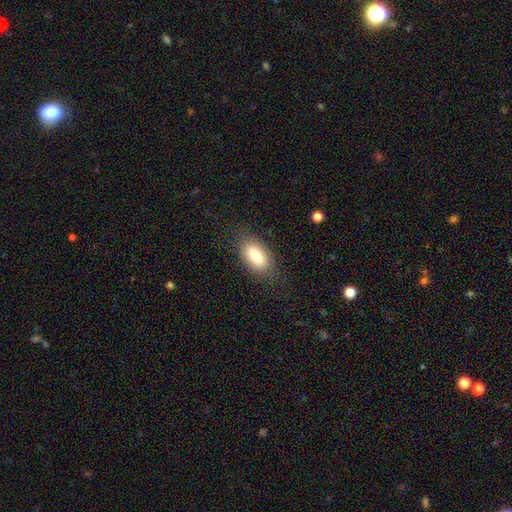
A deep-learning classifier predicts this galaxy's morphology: A smooth galaxy with no disk features (81%) that is in between round and cigar-shaped (92%). Merging: none (81%).